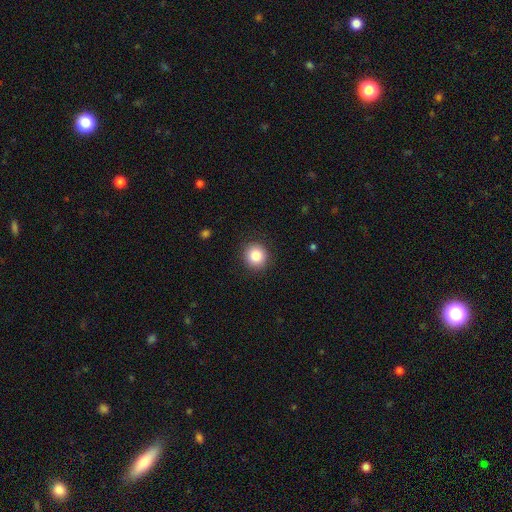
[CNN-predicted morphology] smooth 86%, star or artifact 9%, featured or disk 5%. Down the decision tree: how rounded — round (88%); merging — none (90%).